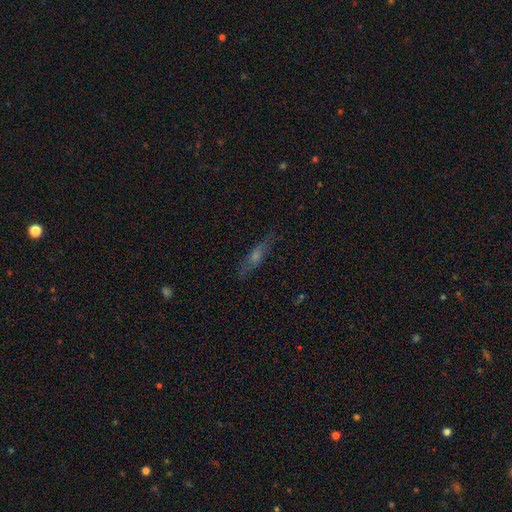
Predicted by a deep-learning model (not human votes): This is possibly a featured or disk galaxy (53%). It is clearly viewed edge-on (80%). Merging: clearly none (83%).